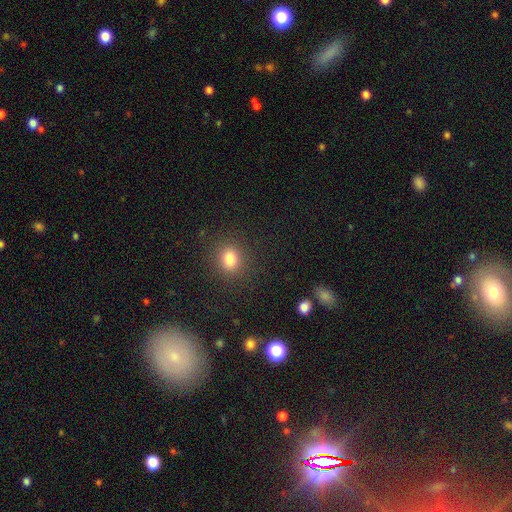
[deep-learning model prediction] The model was most divided on "smooth or featured": star or artifact: 50%, smooth: 37%, featured or disk: 14%.